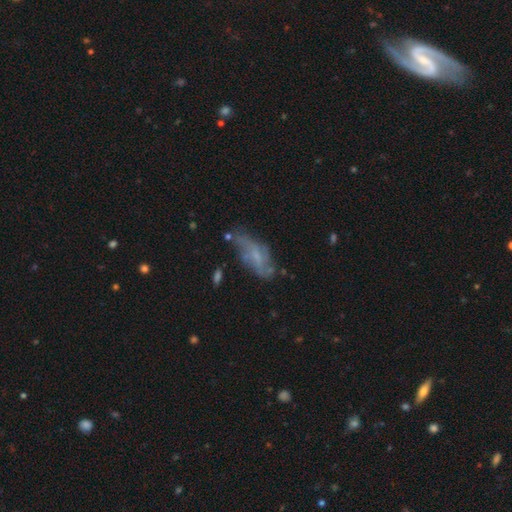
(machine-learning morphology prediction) Smooth or featured: featured or disk — 57% (smooth — 34%)
Edge-on disk: no — 88% (yes — 12%)
Merging: none — 56% (minor disturbance — 26%)